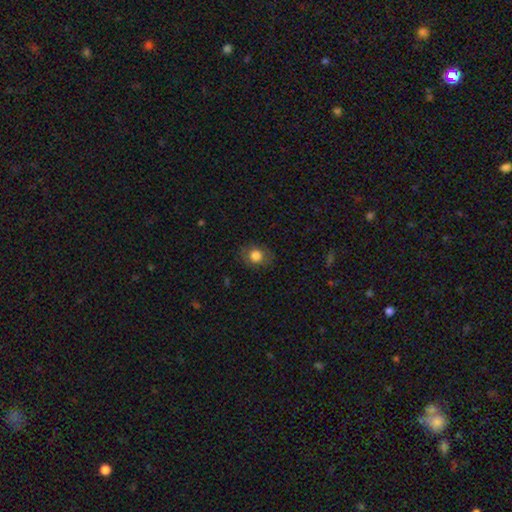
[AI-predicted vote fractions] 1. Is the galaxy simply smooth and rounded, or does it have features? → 81% smooth, 10% star or artifact, 9% featured or disk.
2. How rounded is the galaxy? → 58% round, 41% in between, 1% cigar-shaped.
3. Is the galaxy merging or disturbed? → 82% none, 13% minor disturbance, 4% major disturbance, 1% merger.